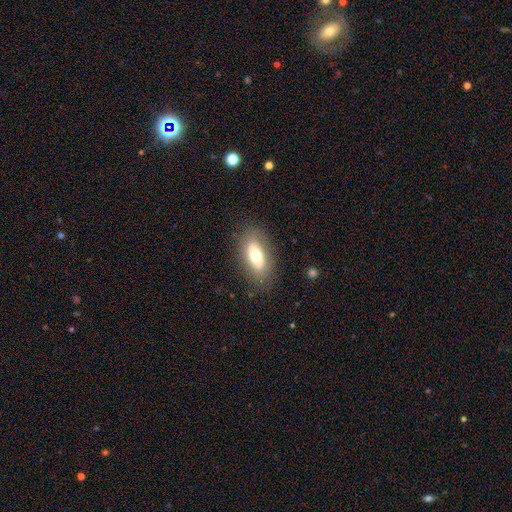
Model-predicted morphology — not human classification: Q: Smooth or featured?
A: smooth (62%); runner-up: featured or disk (31%)
Q: How rounded?
A: in between (87%); runner-up: cigar-shaped (8%)
Q: Merging?
A: none (82%); runner-up: minor disturbance (13%)